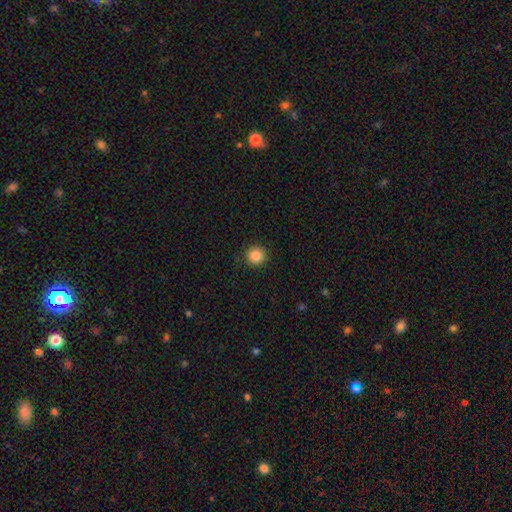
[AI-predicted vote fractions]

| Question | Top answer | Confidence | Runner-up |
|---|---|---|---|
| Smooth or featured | smooth | 86% | star or artifact (10%) |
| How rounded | round | 95% | in between (4%) |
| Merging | none | 92% | minor disturbance (6%) |